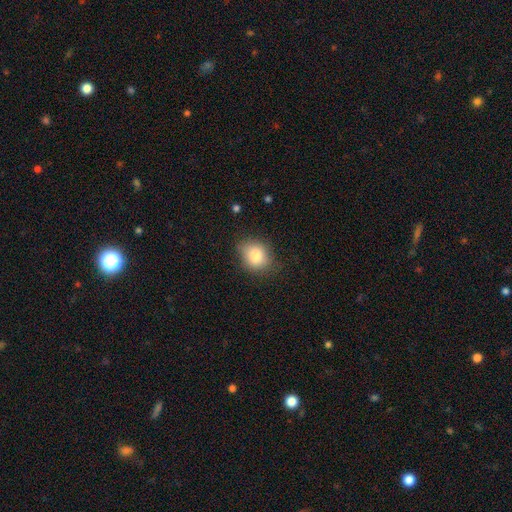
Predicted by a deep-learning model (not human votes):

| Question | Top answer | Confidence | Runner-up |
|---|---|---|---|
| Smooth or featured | smooth | 84% | star or artifact (9%) |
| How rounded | round | 54% | in between (45%) |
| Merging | none | 72% | minor disturbance (22%) |